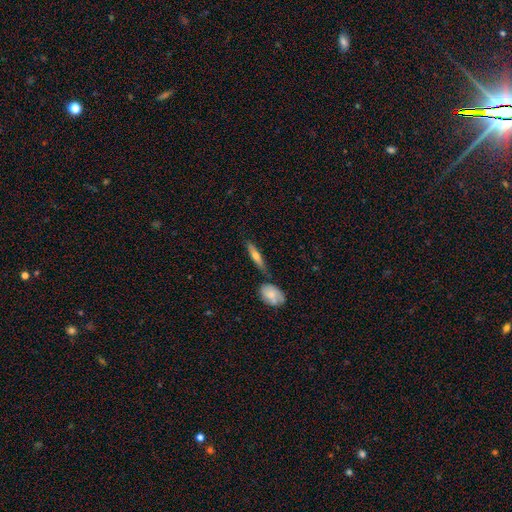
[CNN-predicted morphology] This is possibly a smooth galaxy (51%). How rounded: likely cigar-shaped (77%). Merging: likely none (75%).